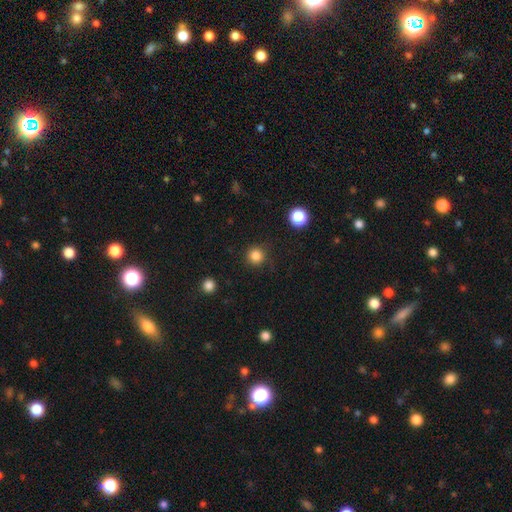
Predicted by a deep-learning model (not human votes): This appears to be a smooth galaxy with no disk features (84%) that is round (95%). Merging: none (89%).